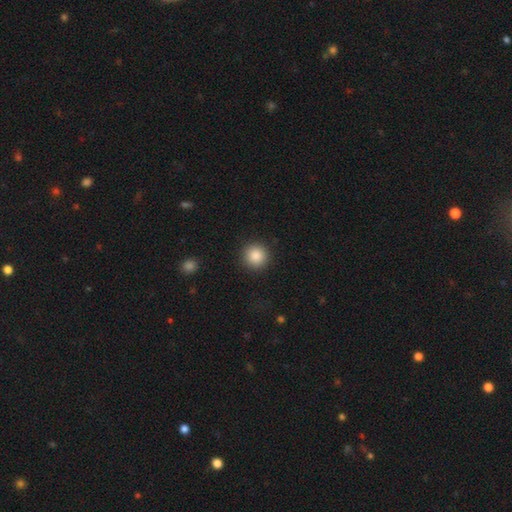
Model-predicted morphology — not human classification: This appears to be a smooth galaxy with no disk features (87%) that is round (94%). Merging: none (91%).